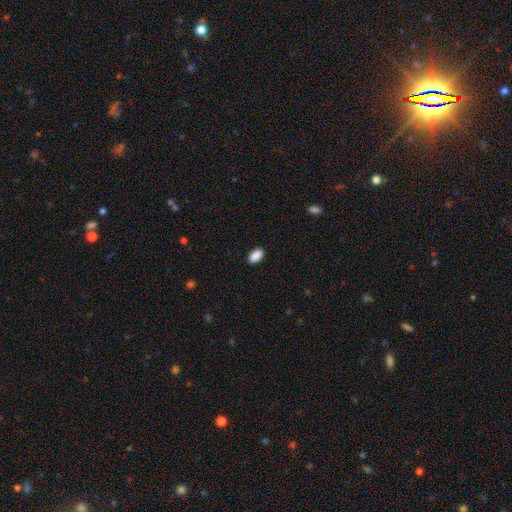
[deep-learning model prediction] Smooth or featured?
  - smooth: 90% *
  - star or artifact: 7%
  - featured or disk: 3%
How rounded?
  - in between: 93% *
  - round: 4%
  - cigar-shaped: 2%
Merging?
  - none: 89% *
  - minor disturbance: 8%
  - major disturbance: 2%
  - merger: 1%